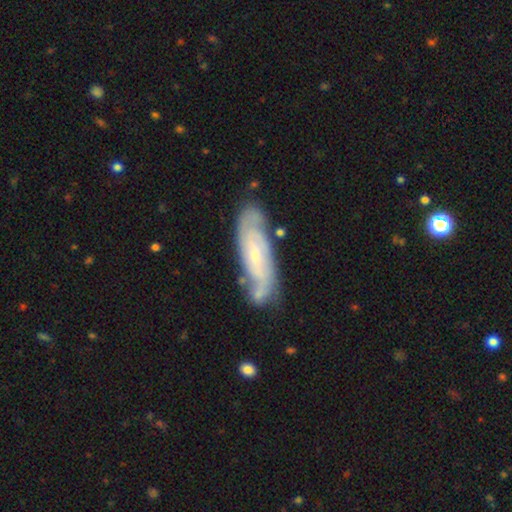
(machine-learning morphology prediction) featured or disk 77%, smooth 17%, star or artifact 6%. Down the decision tree: edge-on disk — no (86%); bar — no (53%); spiral arms — yes (93%); spiral arm count — 2 (52%); spiral winding — tight (57%); bulge size — small (64%); merging — none (70%).